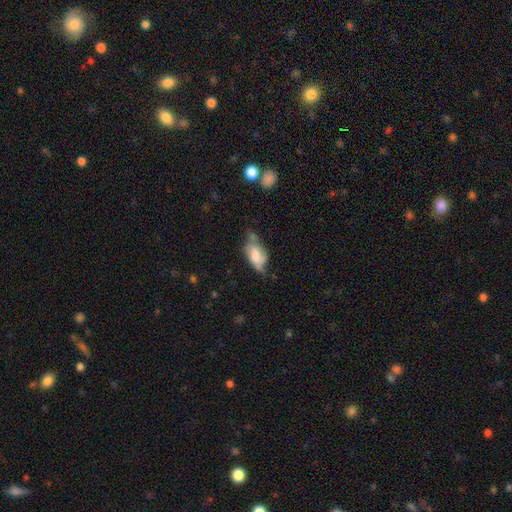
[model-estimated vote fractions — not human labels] Q: Smooth or featured?
A: smooth (62%); runner-up: featured or disk (30%)
Q: How rounded?
A: in between (88%); runner-up: cigar-shaped (8%)
Q: Merging?
A: minor disturbance (39%); runner-up: none (36%)